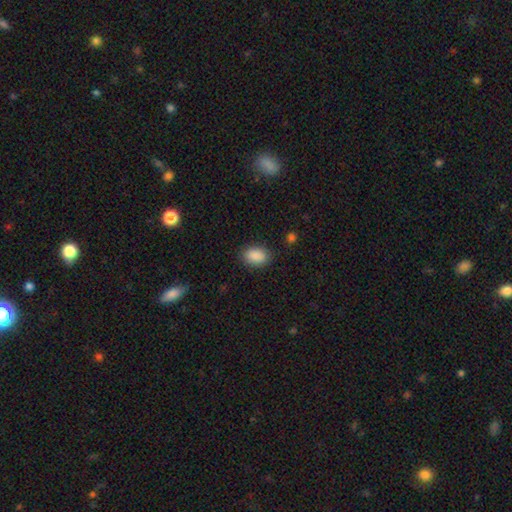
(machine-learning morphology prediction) A smooth galaxy with no disk features (90%) that is in between round and cigar-shaped (84%).

Vote fractions:
- Smooth or featured? smooth: 90% / star or artifact: 7% / featured or disk: 3%
- How rounded? in between: 84% / round: 15% / cigar-shaped: 1%
- Merging? none: 85% / minor disturbance: 11% / major disturbance: 3% / merger: 1%